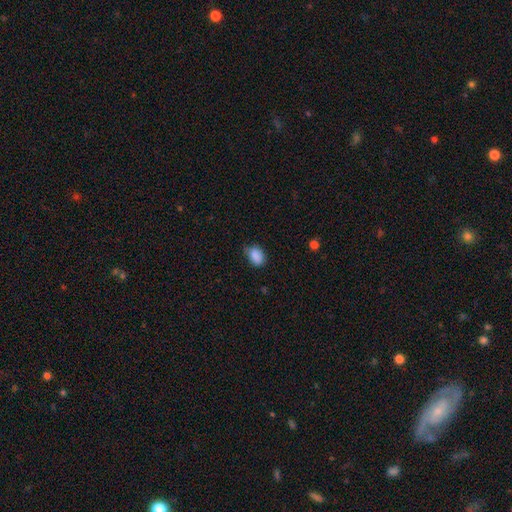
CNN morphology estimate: A smooth galaxy with no disk features (88%) that is in between round and cigar-shaped (80%). Merging: none (66%).